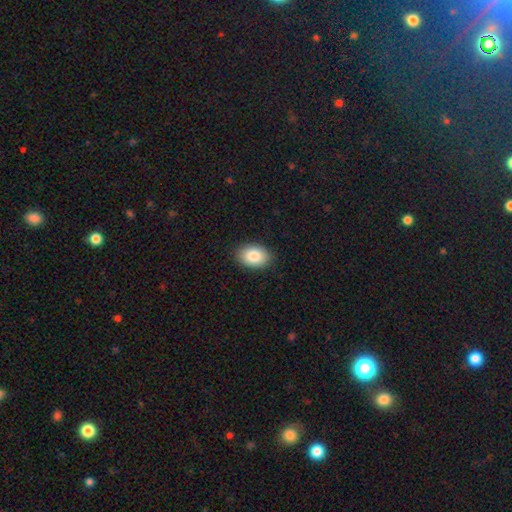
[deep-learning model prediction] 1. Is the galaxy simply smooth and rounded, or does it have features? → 86% smooth, 7% featured or disk, 7% star or artifact.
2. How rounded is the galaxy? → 84% in between, 15% round, 1% cigar-shaped.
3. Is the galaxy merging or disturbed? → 89% none, 8% minor disturbance, 2% major disturbance, 1% merger.